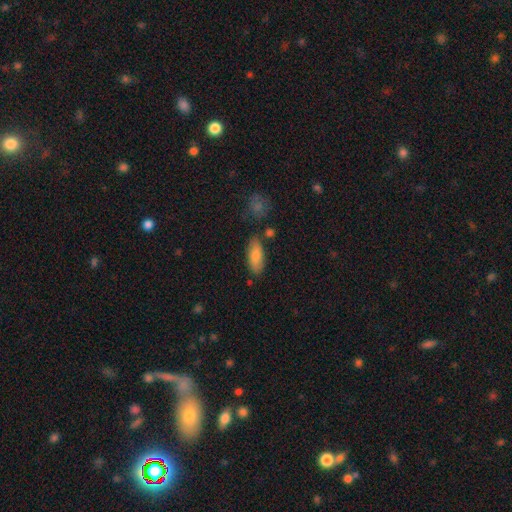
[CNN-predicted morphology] The model was most divided on "merging": none: 75%, minor disturbance: 15%, merger: 6%, major disturbance: 4%. More confident: smooth or featured — smooth (82%); how rounded — in between (82%).